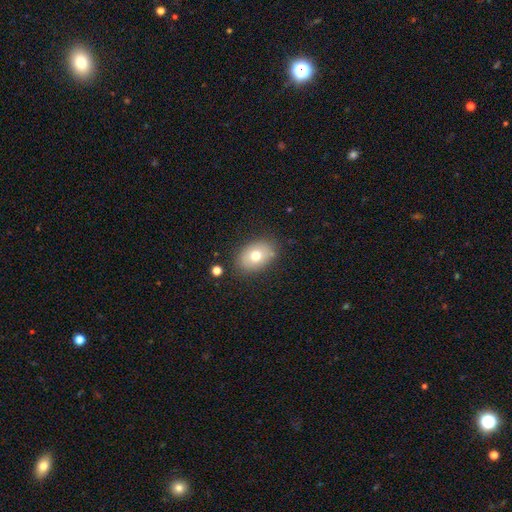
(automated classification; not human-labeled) Overall: smooth (73%). How rounded: in between (74%). Merging: none (80%).